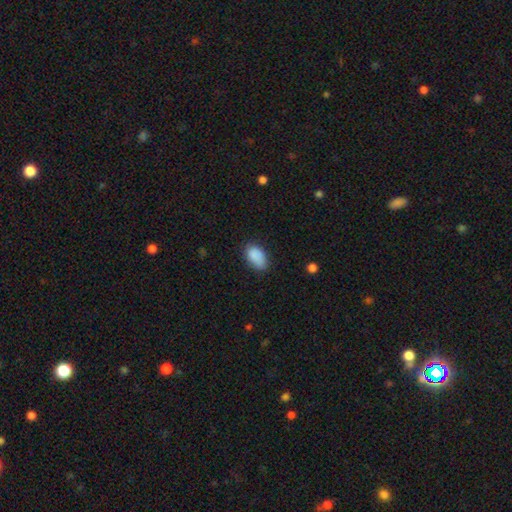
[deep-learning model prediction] A smooth galaxy with no disk features (87%) that is in between round and cigar-shaped (92%).

Vote fractions:
- Smooth or featured? smooth: 87% / star or artifact: 8% / featured or disk: 5%
- How rounded? in between: 92% / round: 6% / cigar-shaped: 2%
- Merging? none: 71% / minor disturbance: 22% / major disturbance: 5% / merger: 2%